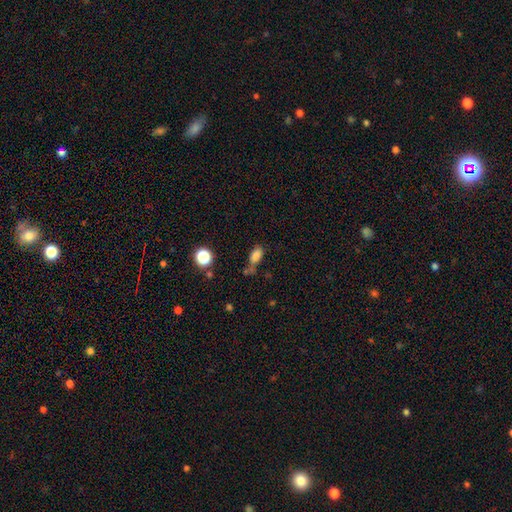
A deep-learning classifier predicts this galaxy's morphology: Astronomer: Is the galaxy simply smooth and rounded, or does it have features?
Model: smooth — 80%.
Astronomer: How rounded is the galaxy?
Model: in between — 85%.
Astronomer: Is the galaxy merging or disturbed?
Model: none — 46%.